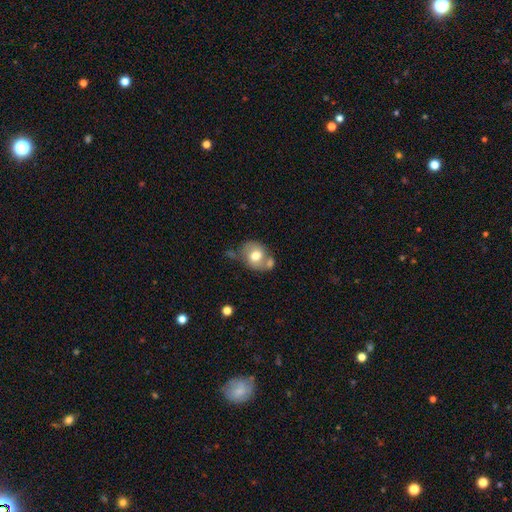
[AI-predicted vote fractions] A smooth galaxy with no disk features (62%) that is round (51%). Merging: none (46%).